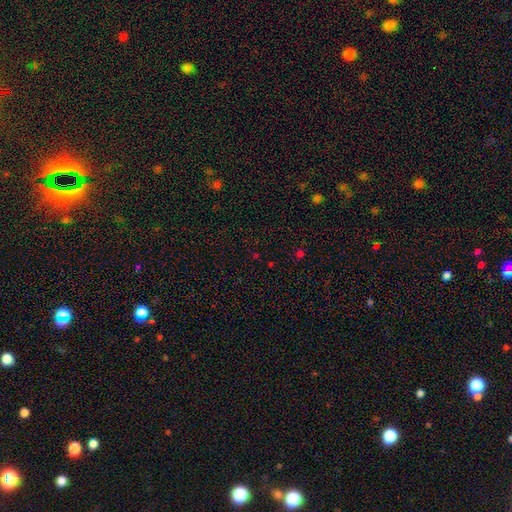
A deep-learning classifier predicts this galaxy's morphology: The model was most divided on "smooth or featured": star or artifact: 59%, smooth: 34%, featured or disk: 7%.